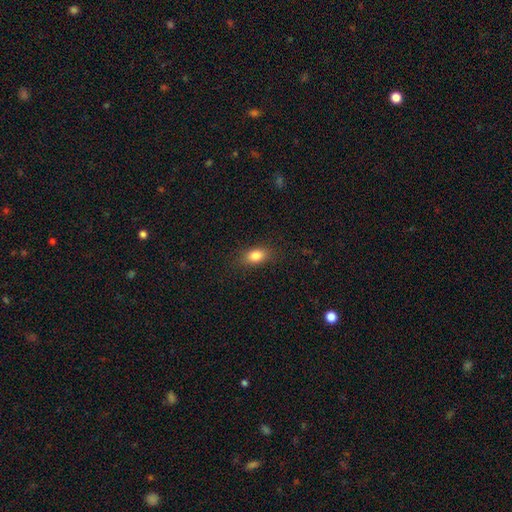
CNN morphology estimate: Smooth or featured: smooth — 83% (star or artifact — 9%)
How rounded: in between — 82% (round — 14%)
Merging: none — 85% (minor disturbance — 11%)